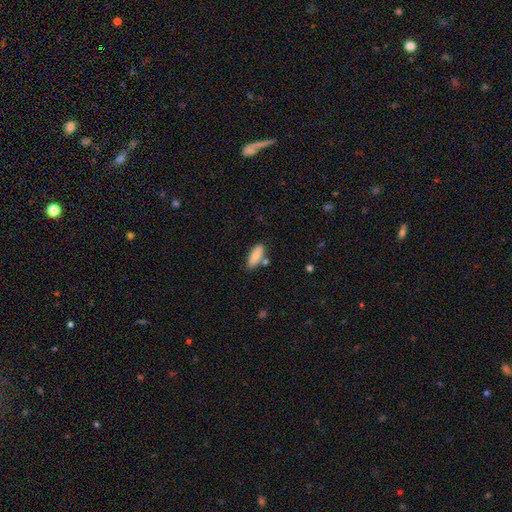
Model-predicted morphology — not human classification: A smooth galaxy with no disk features (81%) that is in between round and cigar-shaped (76%).

Vote fractions:
- Smooth or featured? smooth: 81% / featured or disk: 12% / star or artifact: 7%
- How rounded? in between: 76% / cigar-shaped: 22% / round: 2%
- Merging? none: 69% / minor disturbance: 16% / merger: 11% / major disturbance: 3%